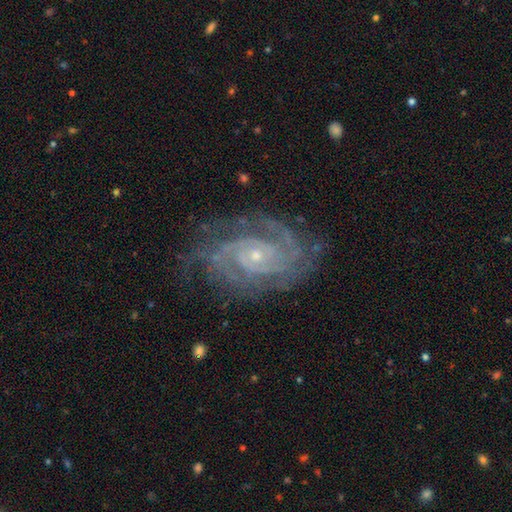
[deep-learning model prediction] A featured or disk galaxy (91%) with no bar (70%), 2 (37%) tight (73%) spiral arms (98%) and a small central bulge (81%).

Vote fractions:
- Smooth or featured? featured or disk: 91% / star or artifact: 6% / smooth: 3%
- Edge-on disk? no: 97% / yes: 3%
- Bar? no: 70% / weak: 22% / strong: 8%
- Spiral arms? yes: 98% / no: 2%
- Spiral winding? tight: 73% / medium: 24% / loose: 3%
- Spiral arm count? 2: 37% / 3: 21% / can't tell: 15% / 4: 13% / more than 4: 7% / 1: 7%
- Bulge size? small: 81% / moderate: 15% / none: 2% / large: 1% / dominant: 1%
- Merging? none: 76% / minor disturbance: 17% / major disturbance: 6% / merger: 1%